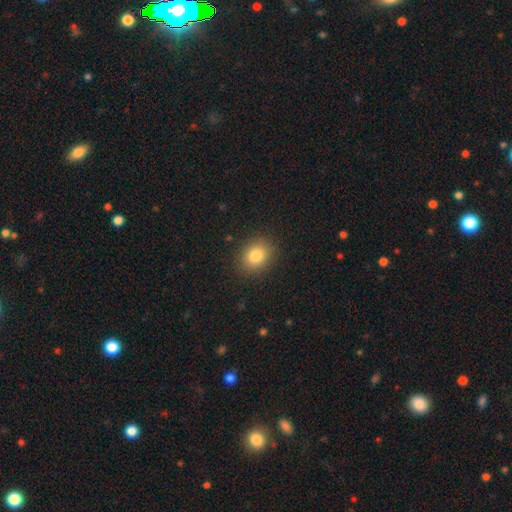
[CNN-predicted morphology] This appears to be a smooth galaxy with no disk features (82%) that is round (53%). Merging: none (88%).